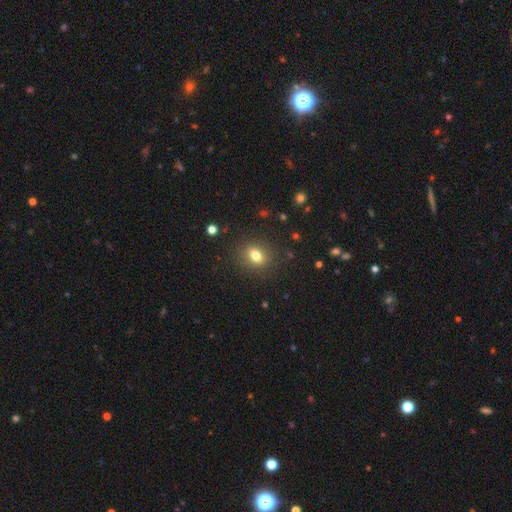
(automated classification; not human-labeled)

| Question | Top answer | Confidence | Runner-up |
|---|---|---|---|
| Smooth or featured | smooth | 77% | star or artifact (13%) |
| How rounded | in between | 49% | tied: round (49%) |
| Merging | none | 87% | minor disturbance (9%) |